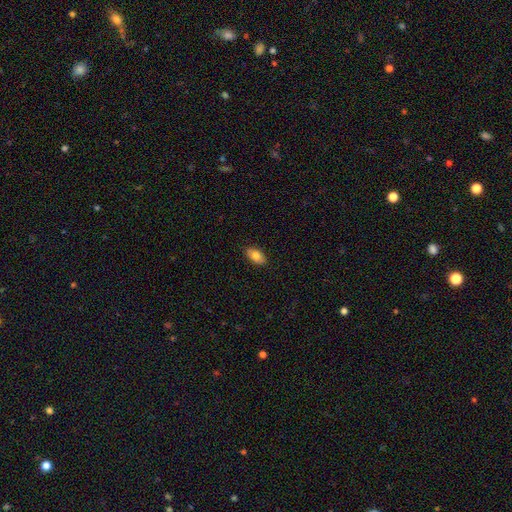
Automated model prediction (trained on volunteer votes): Smooth or featured? Predicted: smooth (p=0.80). How rounded? Predicted: in between (p=0.92). Merging? Predicted: none (p=0.88).